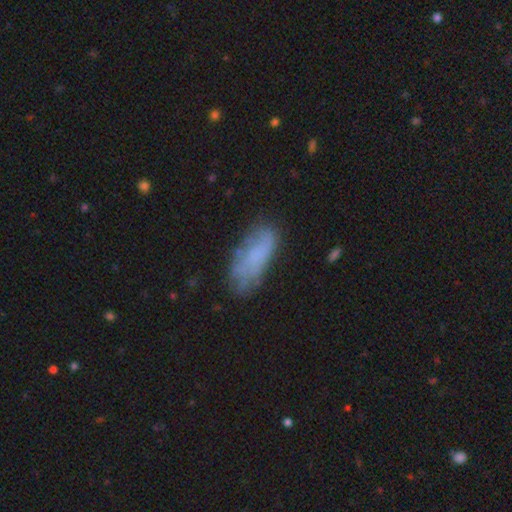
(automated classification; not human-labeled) This is likely a smooth galaxy (62%). How rounded: clearly in between (81%). Merging: likely none (61%).